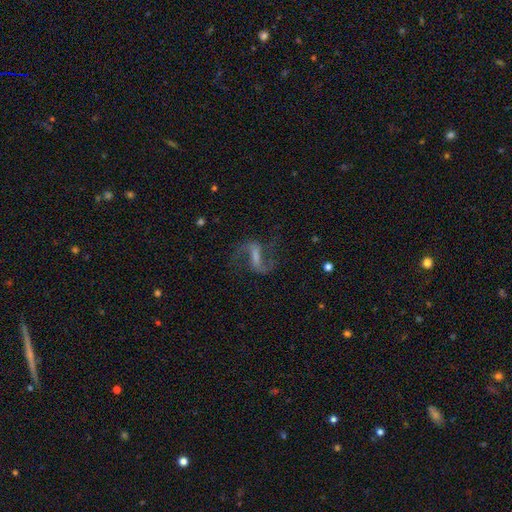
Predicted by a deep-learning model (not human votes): The model was most divided on "bulge size" (2-way tie): none: 36%, small: 36%, moderate: 21%, large: 5%, dominant: 1%. Remaining: edge-on disk — no (96%); spiral arms — yes (96%); spiral arm count — 2 (93%); smooth or featured — featured or disk (85%); merging — none (75%); spiral winding — loose (63%); bar — strong (48%).